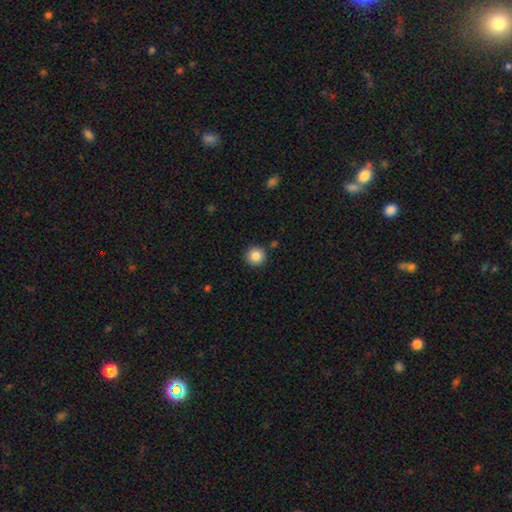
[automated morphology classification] Smooth or featured? smooth (85%)
How rounded? round (94%)
Merging? none (89%)